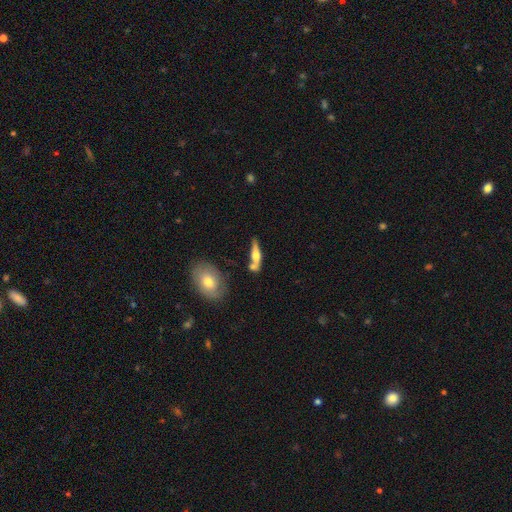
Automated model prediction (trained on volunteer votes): smooth-or-featured: featured or disk: 52% | smooth: 41% | star or artifact: 6%
  disk-edge-on: yes: 90% | no: 10%
  merging: none: 59% | merger: 20% | minor disturbance: 16% | major disturbance: 6%